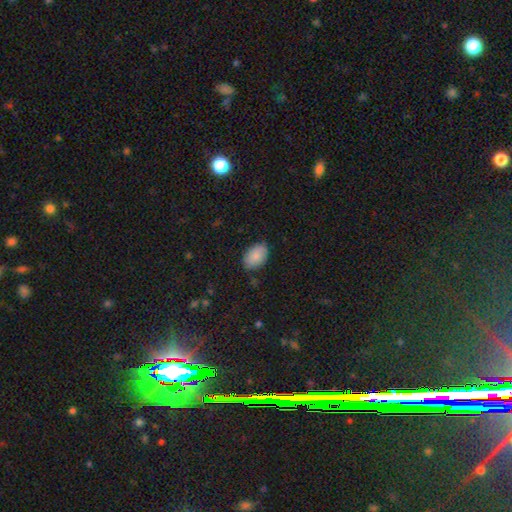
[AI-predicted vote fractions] Smooth or featured: smooth — 87% (star or artifact — 7%)
How rounded: in between — 91% (round — 8%)
Merging: none — 82% (minor disturbance — 14%)